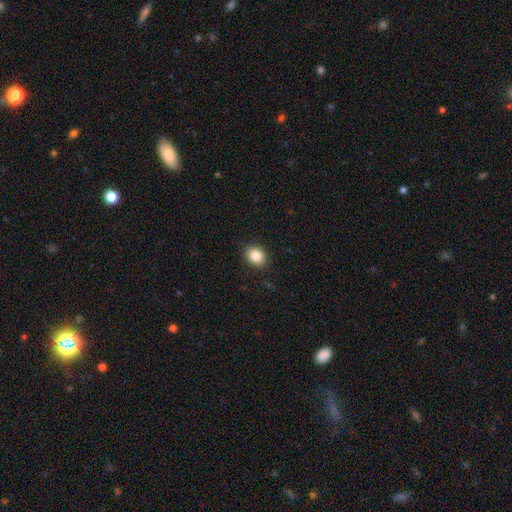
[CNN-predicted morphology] A smooth galaxy with no disk features (86%) that is in between round and cigar-shaped (53%).

Vote fractions:
- Smooth or featured? smooth: 86% / star or artifact: 9% / featured or disk: 5%
- How rounded? in between: 53% / round: 46% / cigar-shaped: 1%
- Merging? none: 88% / minor disturbance: 8% / major disturbance: 2% / merger: 1%